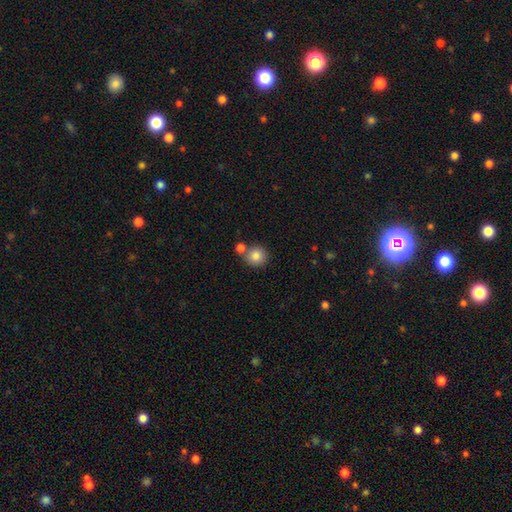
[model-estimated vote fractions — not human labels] Smooth or featured? Predicted: smooth (p=0.84). How rounded? Predicted: round (p=0.91). Merging? Predicted: none (p=0.67).